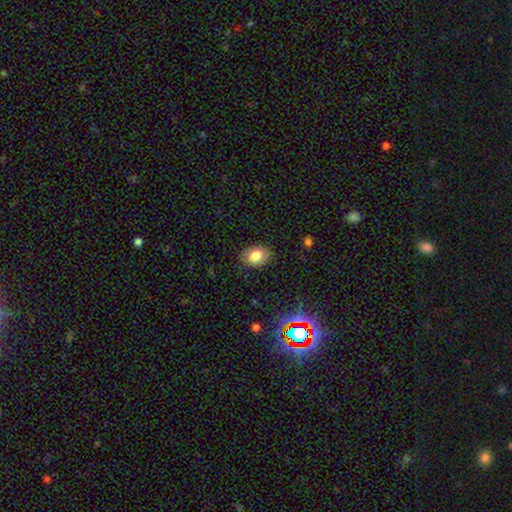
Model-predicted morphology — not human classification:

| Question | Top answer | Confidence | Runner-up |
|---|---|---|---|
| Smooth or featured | smooth | 82% | star or artifact (10%) |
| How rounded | in between | 68% | round (31%) |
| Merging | none | 86% | minor disturbance (11%) |